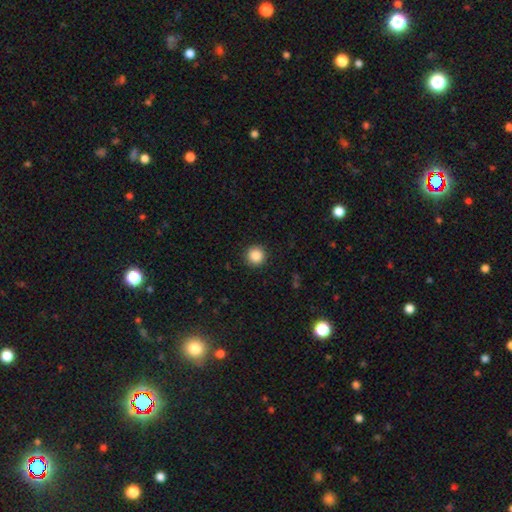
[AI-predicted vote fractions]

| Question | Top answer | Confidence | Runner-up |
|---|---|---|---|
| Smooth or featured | smooth | 87% | star or artifact (10%) |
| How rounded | round | 96% | in between (3%) |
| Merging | none | 92% | minor disturbance (5%) |